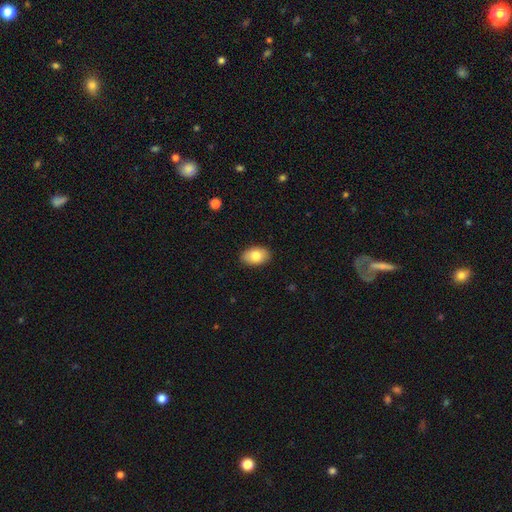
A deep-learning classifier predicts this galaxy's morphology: A smooth galaxy with no disk features (82%) that is in between round and cigar-shaped (90%). Merging: none (88%).